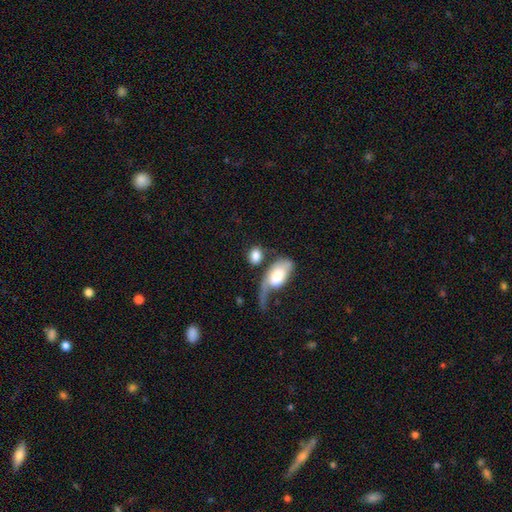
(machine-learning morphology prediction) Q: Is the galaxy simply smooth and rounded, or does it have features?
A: smooth — 79%.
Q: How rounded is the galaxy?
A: in between — 68%.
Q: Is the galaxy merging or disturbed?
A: none — 41%.